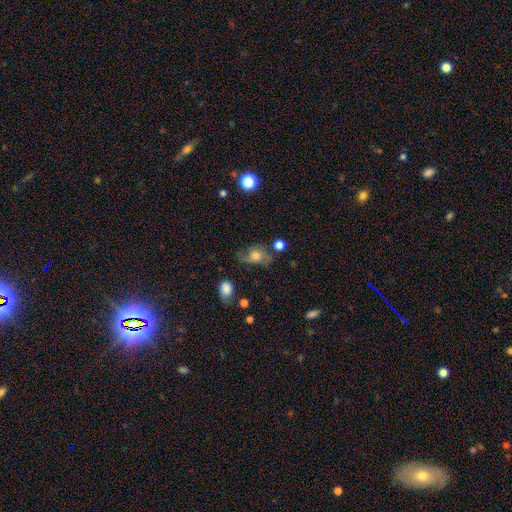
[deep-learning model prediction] This appears to be a smooth galaxy with no disk features (49%). Merging: none (53%).